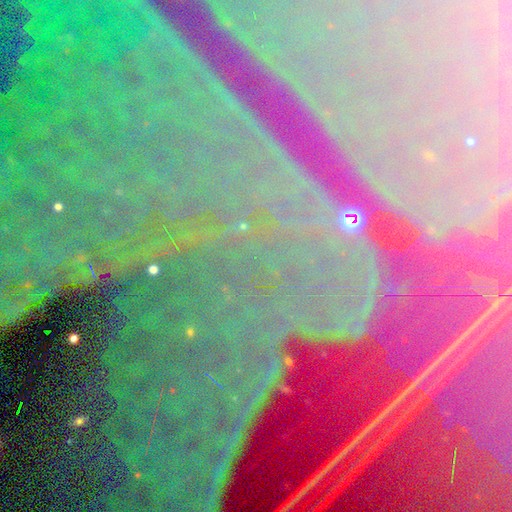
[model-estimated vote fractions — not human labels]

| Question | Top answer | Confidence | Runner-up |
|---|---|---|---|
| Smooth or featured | star or artifact | 88% | featured or disk (7%) |